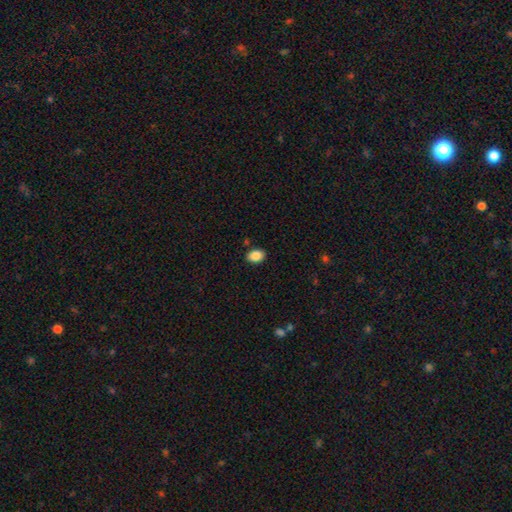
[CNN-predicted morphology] Overall: smooth (88%). How rounded: in between (80%). Merging: none (88%).